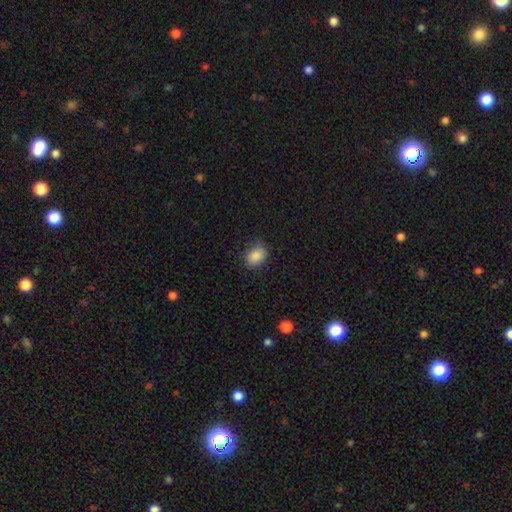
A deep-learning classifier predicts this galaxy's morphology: Overall: smooth (87%). How rounded: in between (75%). Merging: none (81%).